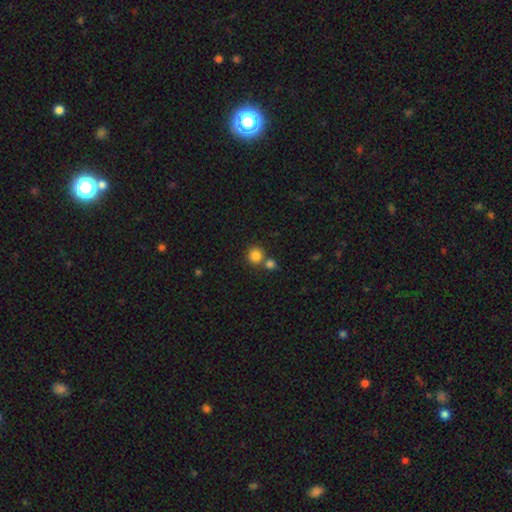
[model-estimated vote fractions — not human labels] smooth 83%, star or artifact 11%, featured or disk 6%. Down the decision tree: how rounded — round (91%); merging — none (64%).